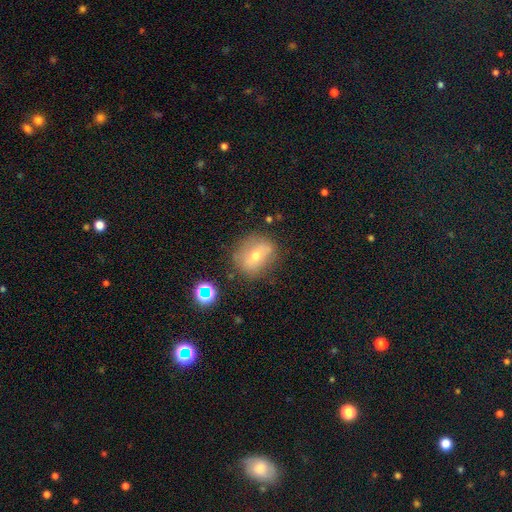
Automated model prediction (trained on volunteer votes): A smooth galaxy with no disk features (52%) that is round (70%). Merging: none (72%).